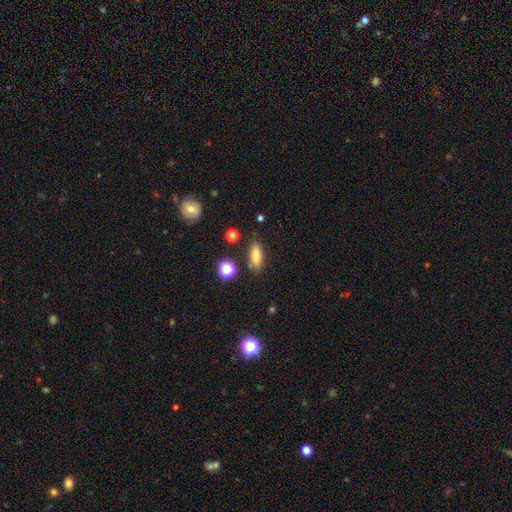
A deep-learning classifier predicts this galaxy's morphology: This appears to be a smooth galaxy with no disk features (76%) that is in between round and cigar-shaped (76%). Merging: none (80%).